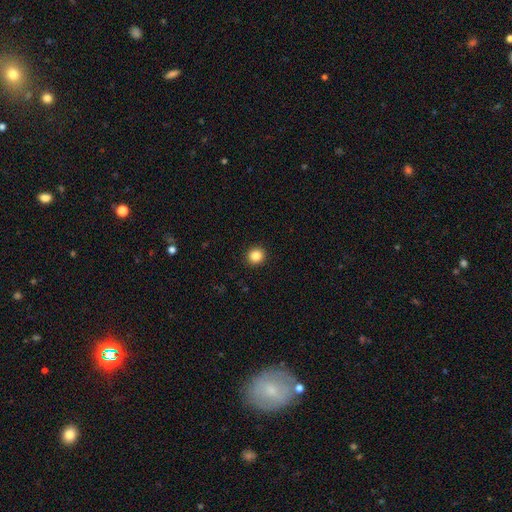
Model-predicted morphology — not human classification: Smooth or featured: smooth — 86% (star or artifact — 10%)
How rounded: round — 92% (in between — 7%)
Merging: none — 93% (minor disturbance — 5%)